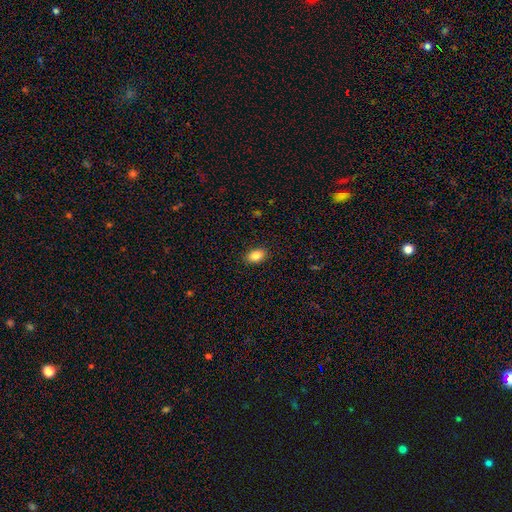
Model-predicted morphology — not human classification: type=smooth (87%); roundness=in between (87%); merging=none (89%).